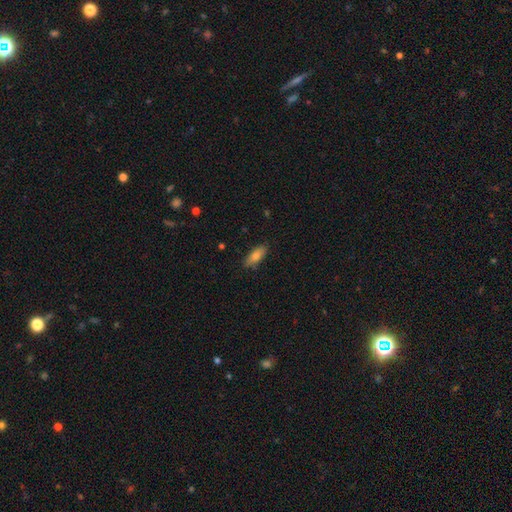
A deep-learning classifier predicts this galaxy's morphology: A smooth galaxy with no disk features (76%) that is in between round and cigar-shaped (70%).

Vote fractions:
- Smooth or featured? smooth: 76% / featured or disk: 17% / star or artifact: 7%
- How rounded? in between: 70% / cigar-shaped: 27% / round: 3%
- Merging? none: 85% / minor disturbance: 12% / major disturbance: 2% / merger: 1%